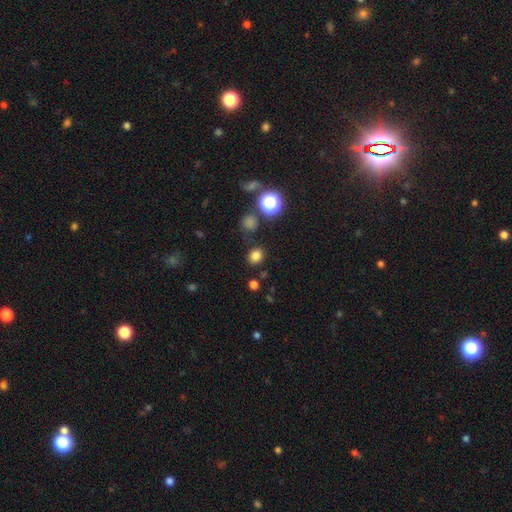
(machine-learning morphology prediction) smooth_or_featured: smooth (p=0.78) [alt: star or artifact p=0.17]
how_rounded: round (p=0.70) [alt: in between p=0.29]
merging: none (p=0.83) [alt: minor disturbance p=0.10]